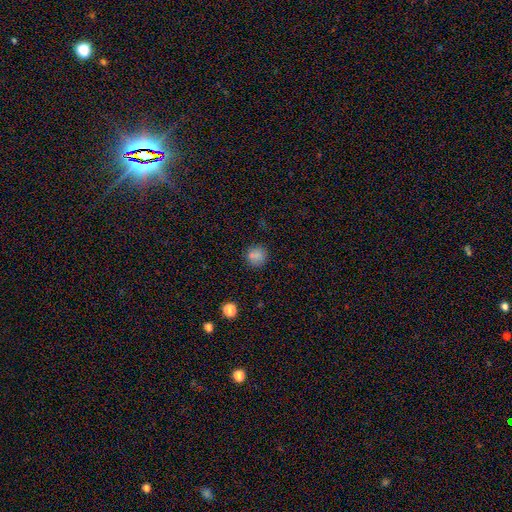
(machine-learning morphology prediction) smooth 79%, star or artifact 14%, featured or disk 7%. Down the decision tree: how rounded — round (90%); merging — none (81%).